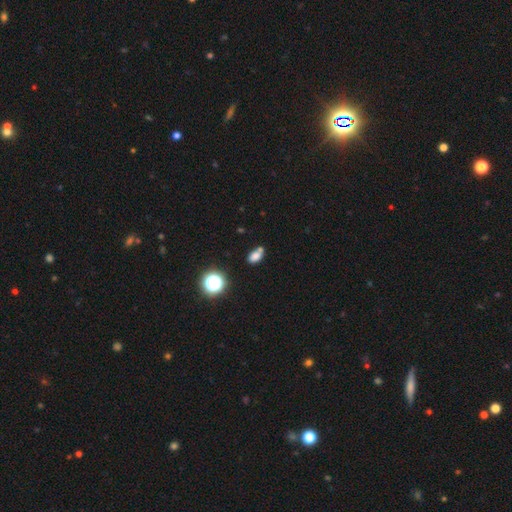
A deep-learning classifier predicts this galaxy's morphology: The model was most divided on "merging": none: 51%, merger: 26%, minor disturbance: 18%, major disturbance: 6%. More confident: how rounded — in between (83%); smooth or featured — smooth (76%).